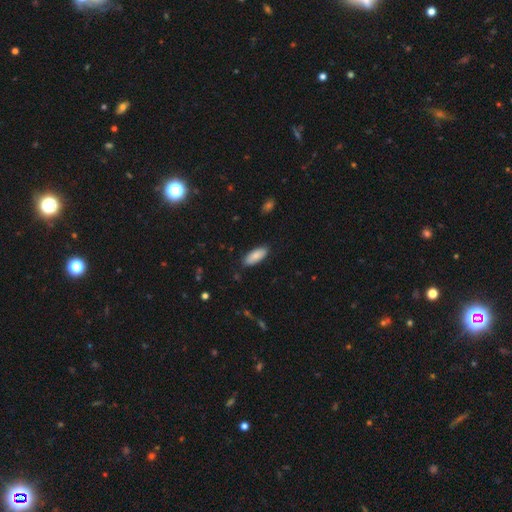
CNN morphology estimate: Smooth or featured?
  - smooth: 86% *
  - featured or disk: 8%
  - star or artifact: 6%
How rounded?
  - in between: 79% *
  - cigar-shaped: 20%
  - round: 2%
Merging?
  - none: 86% *
  - minor disturbance: 10%
  - major disturbance: 2%
  - merger: 1%